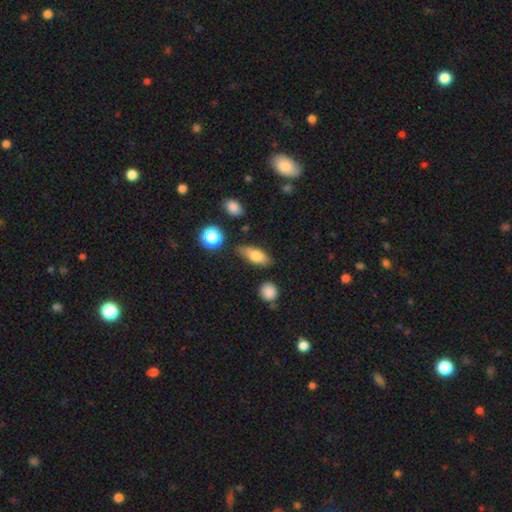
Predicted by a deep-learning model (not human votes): A smooth galaxy with no disk features (73%) that is in between round and cigar-shaped (73%).

Vote fractions:
- Smooth or featured? smooth: 73% / featured or disk: 18% / star or artifact: 8%
- How rounded? in between: 73% / cigar-shaped: 21% / round: 6%
- Merging? none: 80% / minor disturbance: 13% / major disturbance: 3% / merger: 3%